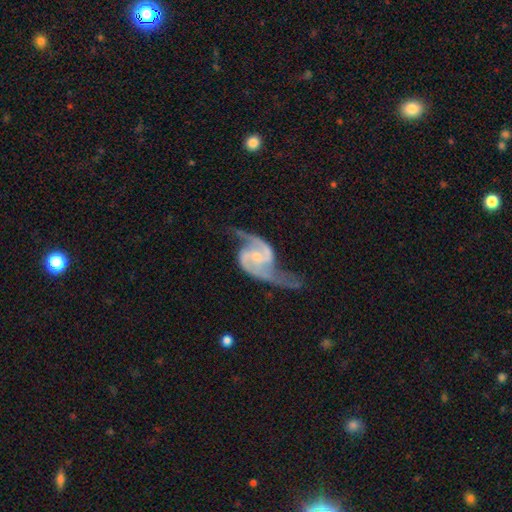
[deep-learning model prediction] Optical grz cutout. It shows a featured or disk galaxy (92%) with no bar (44%), 2 (94%) loose (45%) spiral arms (98%) and a small central bulge (59%). Merging: none (60%).